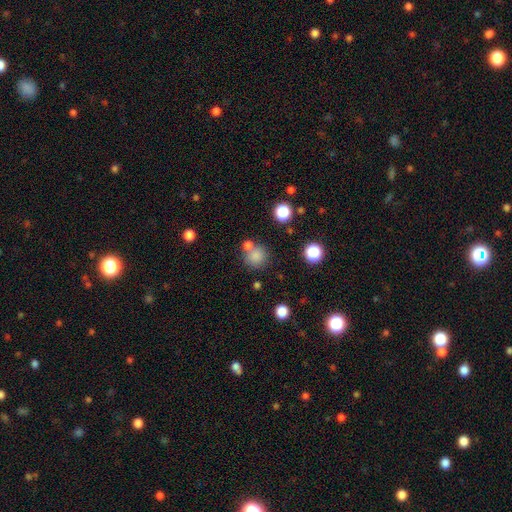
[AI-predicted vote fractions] Smooth or featured: smooth — 79% (star or artifact — 13%)
How rounded: round — 90% (in between — 9%)
Merging: none — 65% (merger — 21%)